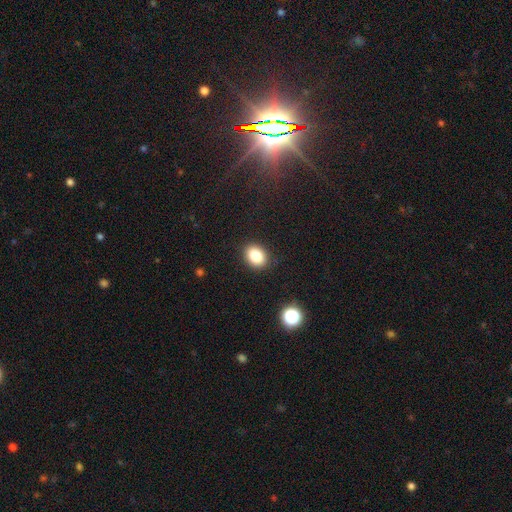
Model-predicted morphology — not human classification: Overall: smooth (84%). How rounded: in between (61%; round 38%). Merging: none (89%).